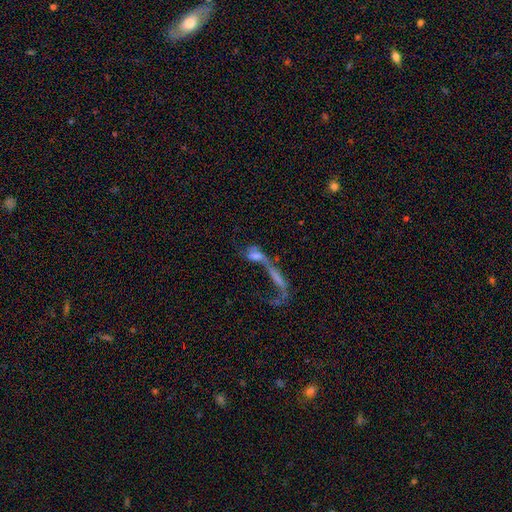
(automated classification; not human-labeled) The model was most divided on "smooth or featured": featured or disk: 48%, smooth: 37%, star or artifact: 15%. More confident: merging — merger (63%).